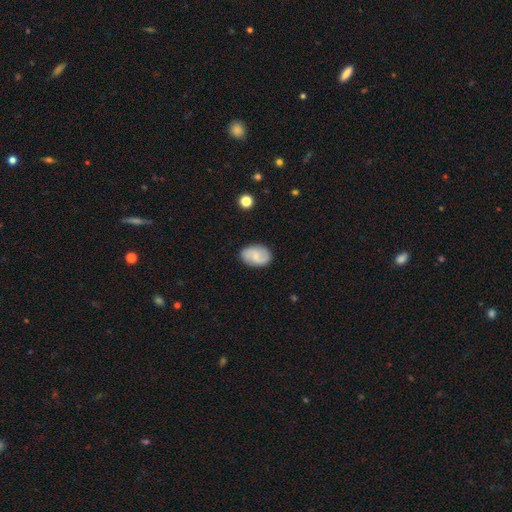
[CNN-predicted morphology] smooth-or-featured: featured or disk: 48% | smooth: 45% | star or artifact: 7%
  merging: none: 85% | minor disturbance: 11% | major disturbance: 3% | merger: 1%